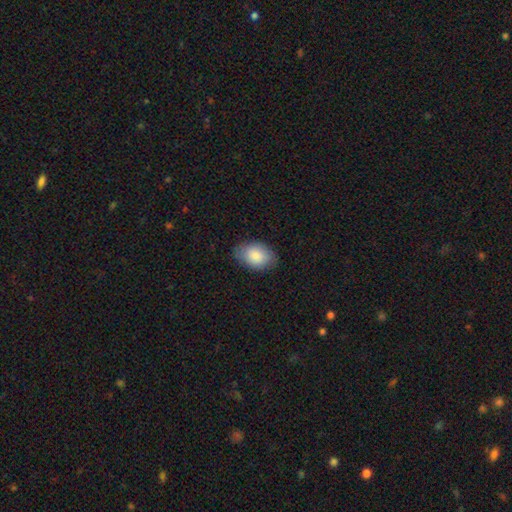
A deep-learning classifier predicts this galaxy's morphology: Smooth or featured?
  - smooth: 85% *
  - featured or disk: 9%
  - star or artifact: 6%
How rounded?
  - in between: 88% *
  - round: 10%
  - cigar-shaped: 1%
Merging?
  - none: 81% *
  - minor disturbance: 15%
  - major disturbance: 3%
  - merger: 1%